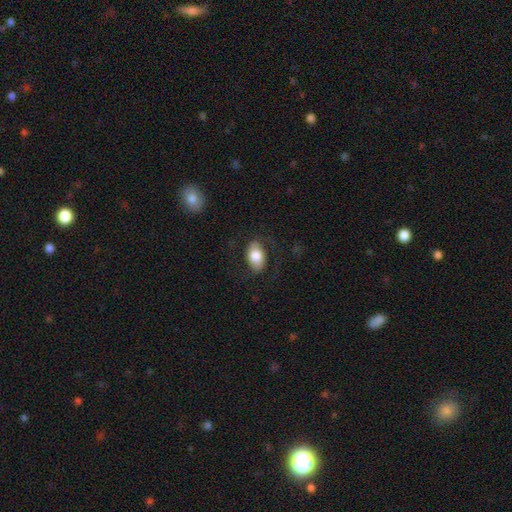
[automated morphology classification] The model was most divided on "smooth or featured": smooth: 73%, featured or disk: 20%, star or artifact: 6%. More confident: how rounded — in between (91%); merging — none (75%).